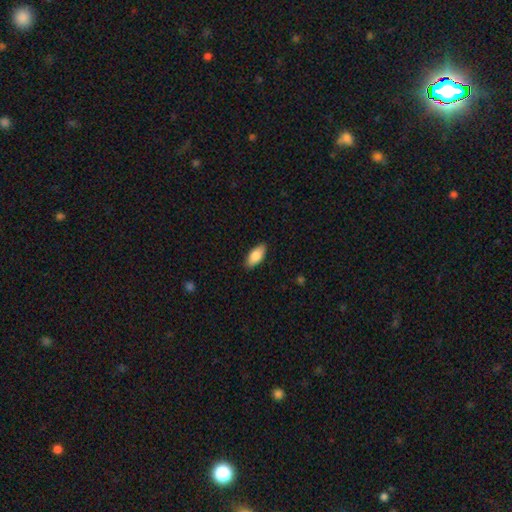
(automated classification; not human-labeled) This is clearly a smooth galaxy (83%). How rounded: clearly in between (88%). Merging: clearly none (88%).